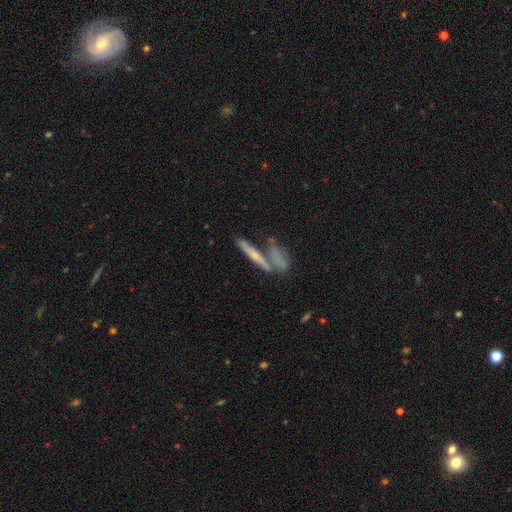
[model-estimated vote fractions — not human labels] The model was most divided on "smooth or featured": featured or disk: 54%, smooth: 36%, star or artifact: 10%. More confident: edge-on disk — yes (88%); merging — none (55%).